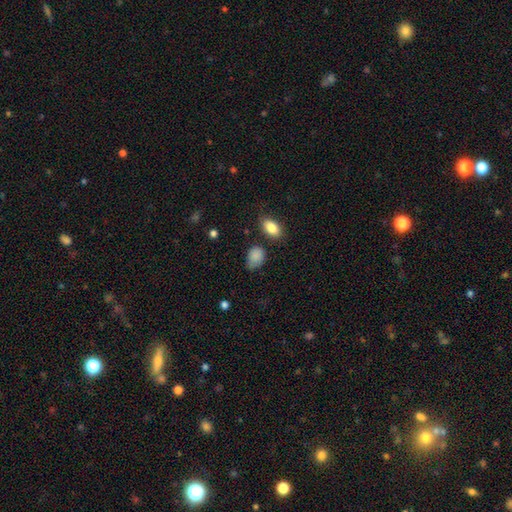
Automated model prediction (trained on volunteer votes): Overall: smooth (85%). How rounded: in between (66%; round 32%). Merging: none (49%; minor disturbance 37%).